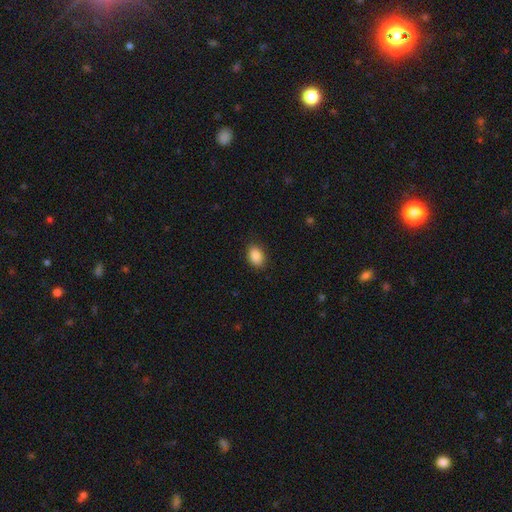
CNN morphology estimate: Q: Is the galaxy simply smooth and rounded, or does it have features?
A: smooth — 89%.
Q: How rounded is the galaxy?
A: in between — 81%.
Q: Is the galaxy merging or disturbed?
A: none — 86%.